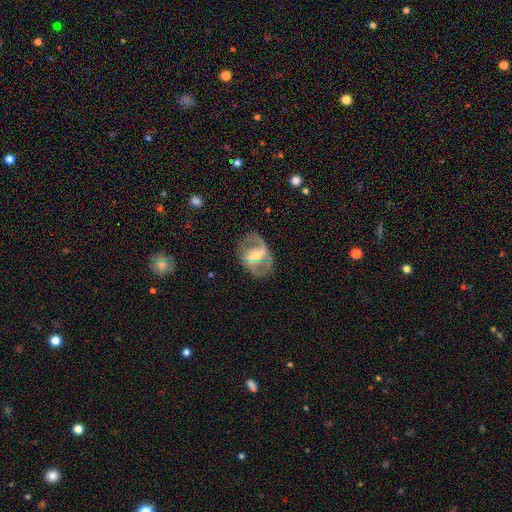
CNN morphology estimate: Smooth or featured: featured or disk — 74% (smooth — 20%)
Edge-on disk: no — 96% (yes — 4%)
Bar: weak — 46% (strong — 33%)
Spiral arms: yes — 80% (no — 20%)
Spiral winding: medium — 46% (loose — 34%)
Spiral arm count: 2 — 76% (can't tell — 12%)
Bulge size: moderate — 45% (small — 35%)
Merging: none — 66% (minor disturbance — 18%)